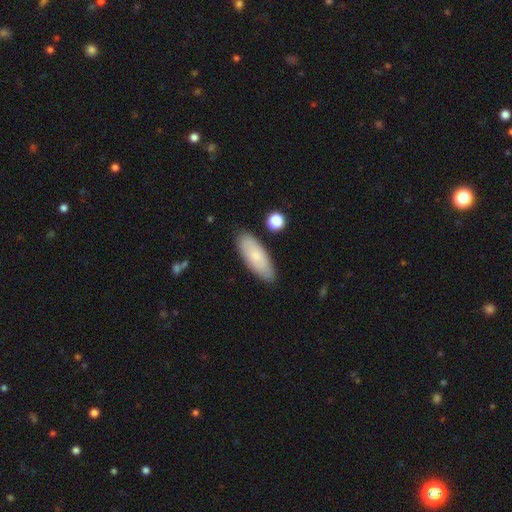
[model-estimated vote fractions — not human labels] Overall: smooth (75%). How rounded: in between (71%). Merging: none (84%).